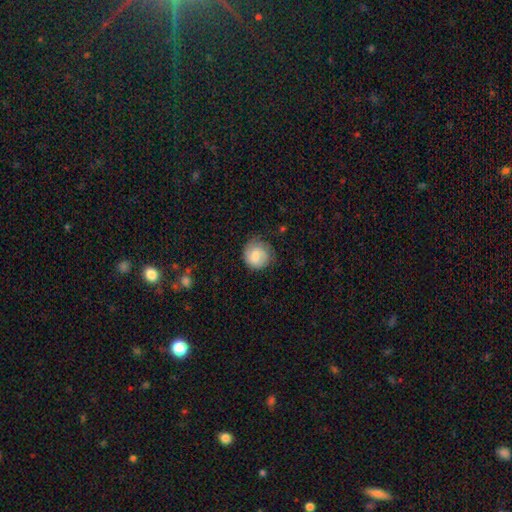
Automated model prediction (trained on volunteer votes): A smooth galaxy with no disk features (75%) that is round (86%). Merging: none (65%).